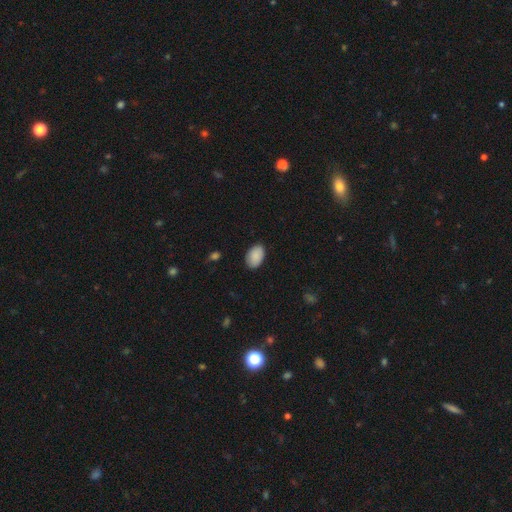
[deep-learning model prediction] The model was most divided on "merging": none: 85%, minor disturbance: 11%, major disturbance: 2%, merger: 1%. More confident: smooth or featured — smooth (89%); how rounded — in between (89%).